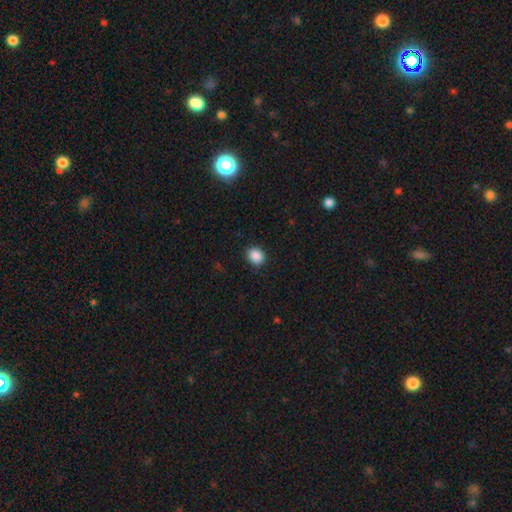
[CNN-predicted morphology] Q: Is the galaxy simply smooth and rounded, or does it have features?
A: smooth — 88%.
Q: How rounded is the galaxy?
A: round — 63%.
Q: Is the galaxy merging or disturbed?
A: none — 90%.